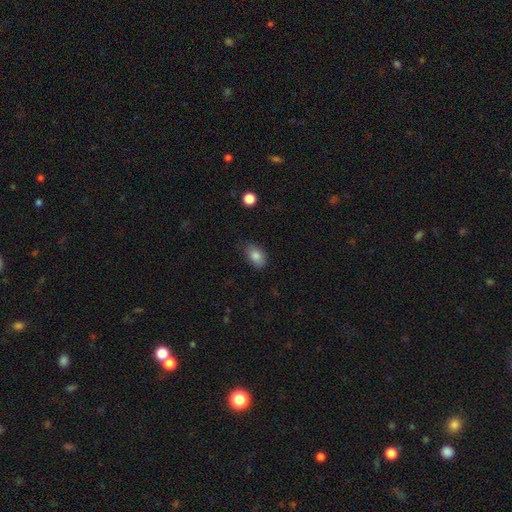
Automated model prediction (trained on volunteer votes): Smooth or featured?
  - smooth: 83% *
  - star or artifact: 9%
  - featured or disk: 8%
How rounded?
  - in between: 85% *
  - round: 14%
  - cigar-shaped: 1%
Merging?
  - none: 76% *
  - minor disturbance: 19%
  - major disturbance: 4%
  - merger: 1%